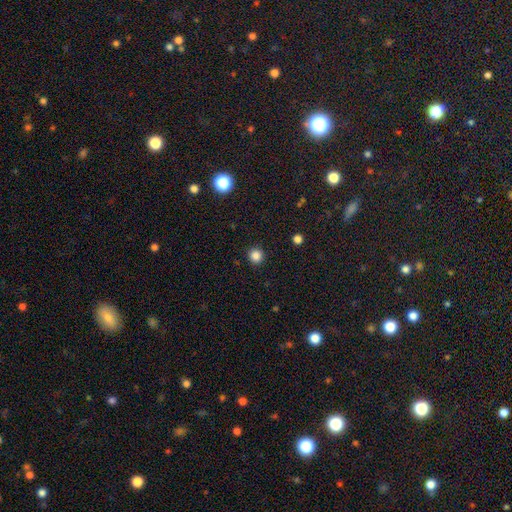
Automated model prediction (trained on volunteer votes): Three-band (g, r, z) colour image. It shows a smooth galaxy with no disk features (85%) that is round (95%). Merging: none (93%).